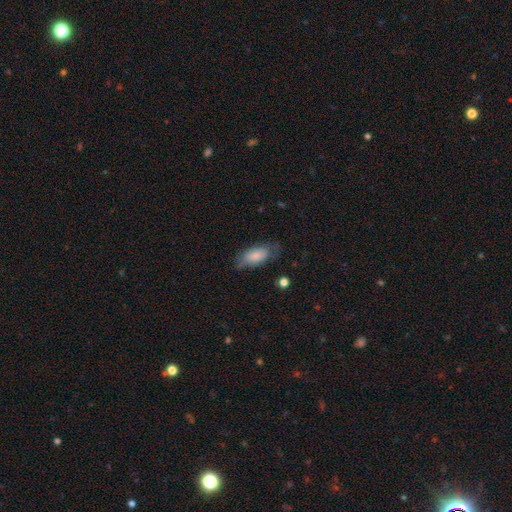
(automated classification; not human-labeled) This is likely a smooth galaxy (79%). How rounded: clearly in between (88%). Merging: likely none (62%).